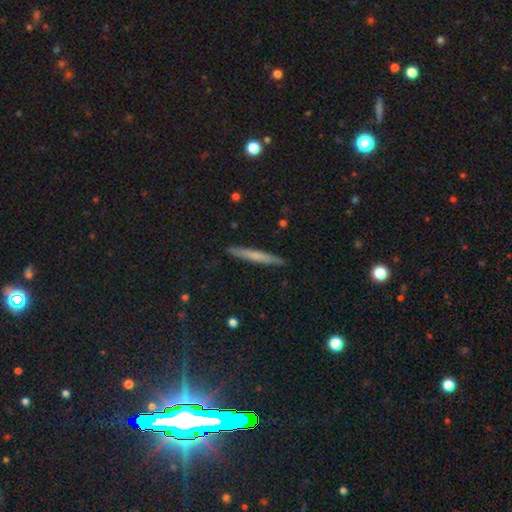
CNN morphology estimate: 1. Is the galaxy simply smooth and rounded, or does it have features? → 57% smooth, 36% featured or disk, 7% star or artifact.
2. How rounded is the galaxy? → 96% cigar-shaped, 3% in between, 2% round.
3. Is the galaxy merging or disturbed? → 91% none, 7% minor disturbance, 1% major disturbance, 1% merger.